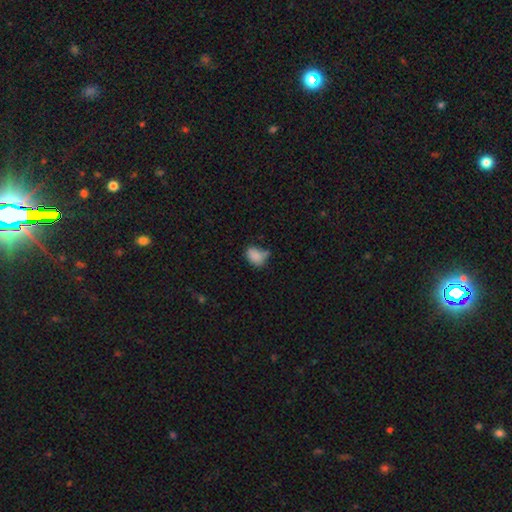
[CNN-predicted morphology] smooth-or-featured: smooth: 83% | star or artifact: 10% | featured or disk: 6%
  how-rounded: in between: 77% | round: 22% | cigar-shaped: 1%
  merging: none: 46% | minor disturbance: 34% | major disturbance: 11% | merger: 9%